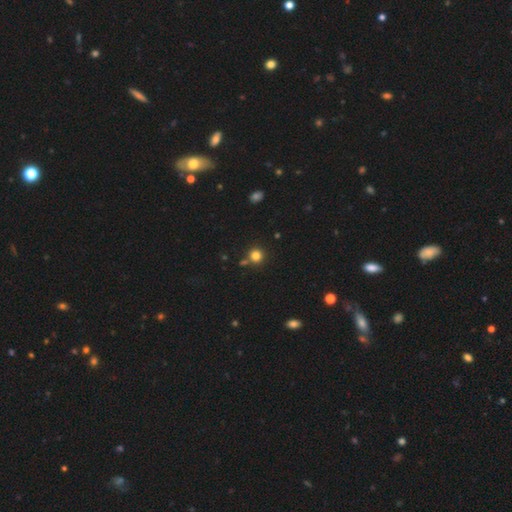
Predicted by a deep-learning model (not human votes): Smooth or featured: smooth — 81% (star or artifact — 14%)
How rounded: round — 93% (in between — 6%)
Merging: none — 78% (merger — 12%)